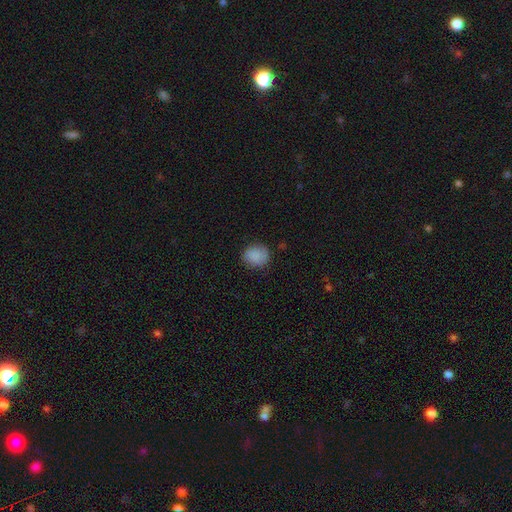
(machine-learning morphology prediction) Smooth or featured? smooth (84%)
How rounded? round (74%)
Merging? none (80%)